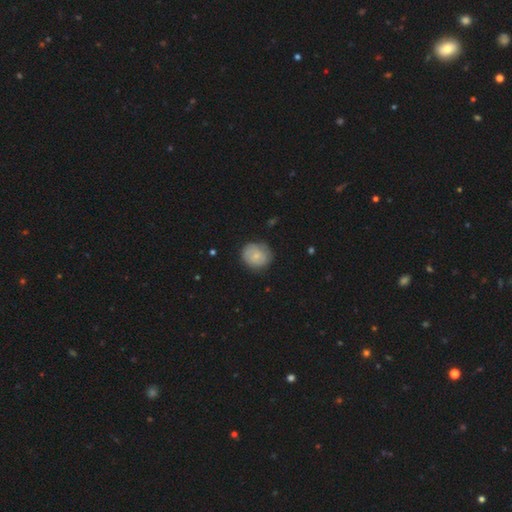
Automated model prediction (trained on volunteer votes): Q: Smooth or featured?
A: smooth (63%); runner-up: featured or disk (30%)
Q: How rounded?
A: round (77%); runner-up: in between (22%)
Q: Merging?
A: none (75%); runner-up: minor disturbance (18%)